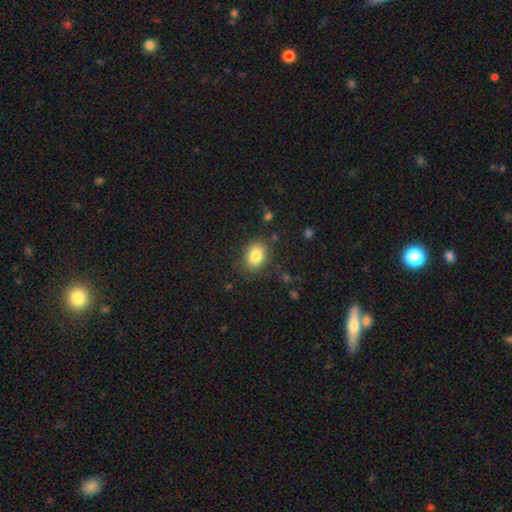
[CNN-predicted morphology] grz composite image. It shows a smooth galaxy with no disk features (83%) that is in between round and cigar-shaped (63%). Merging: none (81%).